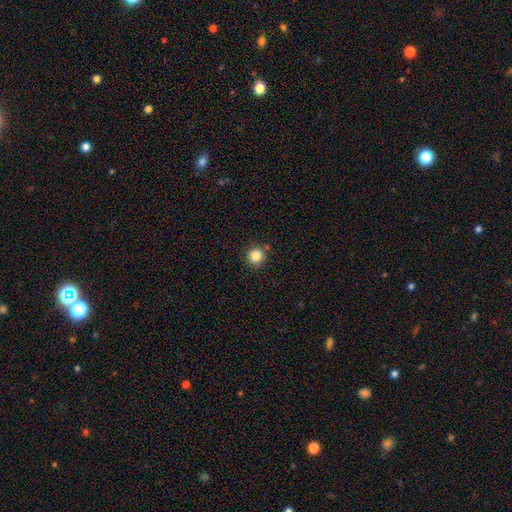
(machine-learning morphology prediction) Q: Smooth or featured?
A: smooth (85%); runner-up: star or artifact (11%)
Q: How rounded?
A: round (94%); runner-up: in between (5%)
Q: Merging?
A: none (88%); runner-up: minor disturbance (7%)